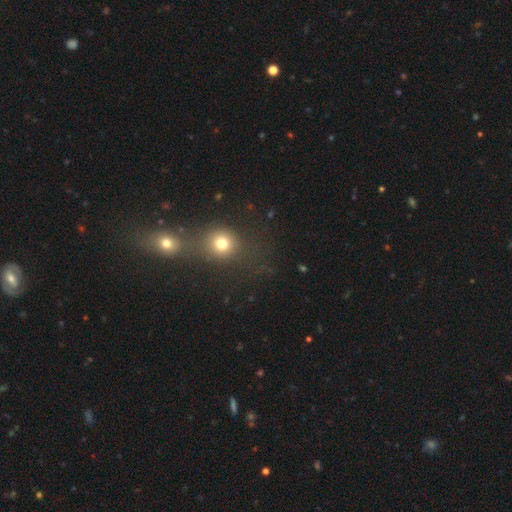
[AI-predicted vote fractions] smooth-or-featured: smooth: 50% | star or artifact: 38% | featured or disk: 13%
  merging: merger: 58% | none: 31% | minor disturbance: 6% | major disturbance: 5%